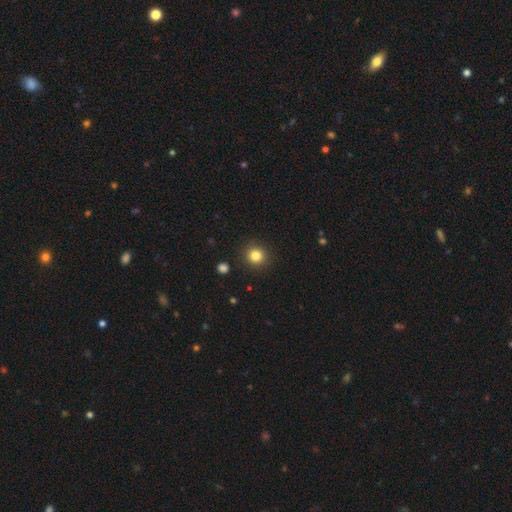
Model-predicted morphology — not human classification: Smooth or featured?
  - smooth: 83% *
  - star or artifact: 12%
  - featured or disk: 5%
How rounded?
  - round: 91% *
  - in between: 8%
  - cigar-shaped: 1%
Merging?
  - none: 90% *
  - minor disturbance: 6%
  - major disturbance: 2%
  - merger: 1%